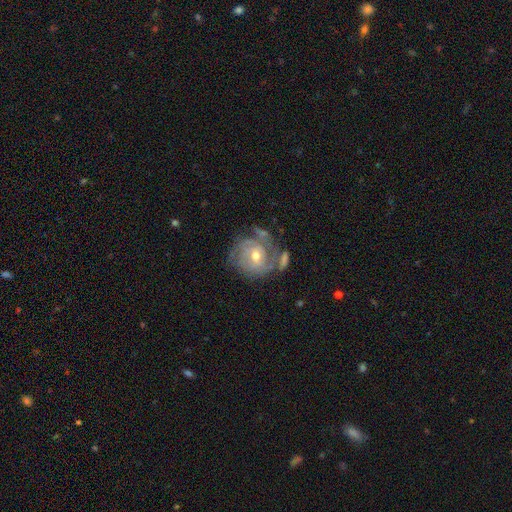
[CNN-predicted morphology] smooth-or-featured: featured or disk: 76% | smooth: 16% | star or artifact: 7%
  disk-edge-on: no: 97% | yes: 3%
    bar: no: 61% | weak: 32% | strong: 7%
    has-spiral-arms: yes: 86% | no: 14%
      spiral-winding: tight: 67% | medium: 25% | loose: 8%
      spiral-arm-count: can't tell: 43% | 2: 23% | 3: 17% | 4: 7% | 1: 6% | more than 4: 4%
    bulge-size: moderate: 58% | small: 38% | large: 2% | none: 1% | dominant: 1%
  merging: none: 53% | minor disturbance: 20% | merger: 14% | major disturbance: 13%